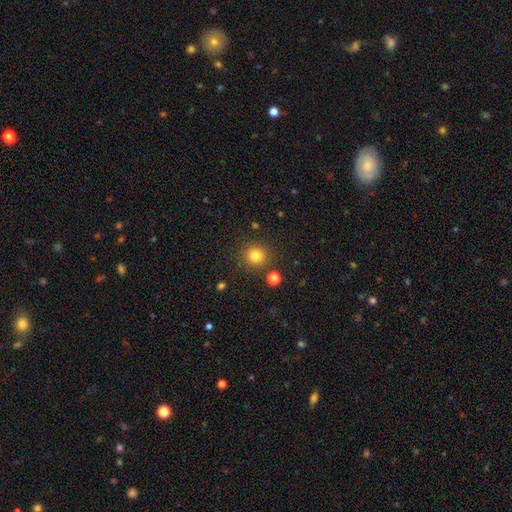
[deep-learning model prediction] The model was most divided on "smooth or featured": smooth: 81%, star or artifact: 13%, featured or disk: 6%. More confident: how rounded — round (92%); merging — none (86%).